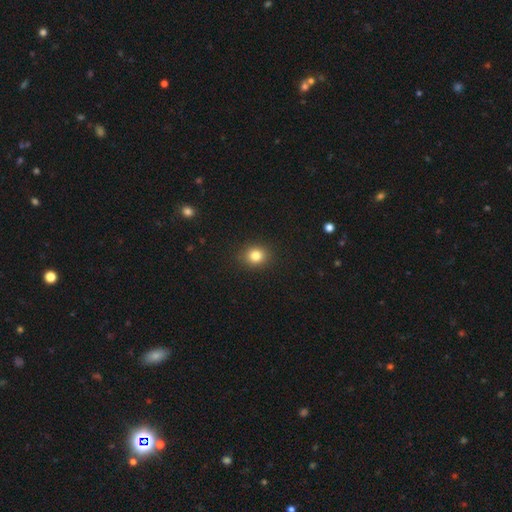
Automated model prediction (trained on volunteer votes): Smooth or featured?
  - smooth: 82% *
  - star or artifact: 12%
  - featured or disk: 6%
How rounded?
  - round: 77% *
  - in between: 23%
  - cigar-shaped: 1%
Merging?
  - none: 90% *
  - minor disturbance: 7%
  - major disturbance: 2%
  - merger: 1%